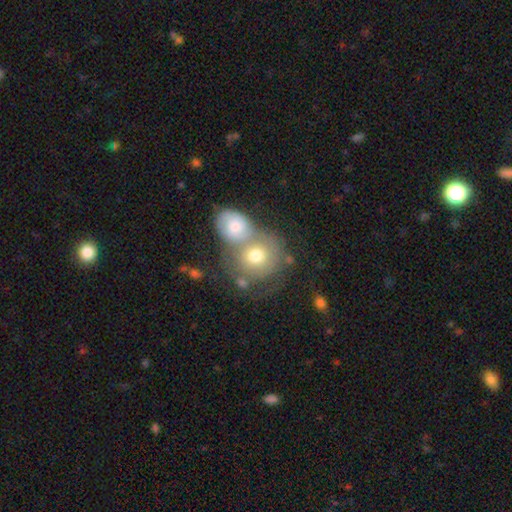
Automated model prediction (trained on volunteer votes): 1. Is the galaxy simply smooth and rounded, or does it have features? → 58% smooth, 34% featured or disk, 8% star or artifact.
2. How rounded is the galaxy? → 81% round, 18% in between, 1% cigar-shaped.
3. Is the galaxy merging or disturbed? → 56% merger, 27% none, 10% minor disturbance, 7% major disturbance.